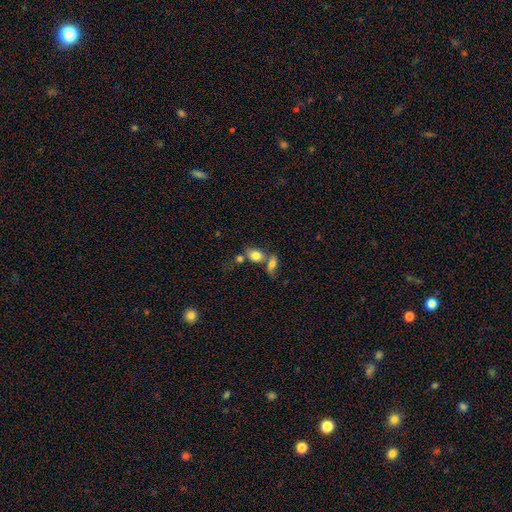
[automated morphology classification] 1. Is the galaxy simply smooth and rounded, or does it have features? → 80% smooth, 11% featured or disk, 10% star or artifact.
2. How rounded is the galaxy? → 66% in between, 32% round, 2% cigar-shaped.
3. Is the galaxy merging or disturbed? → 46% merger, 37% none, 11% minor disturbance, 6% major disturbance.